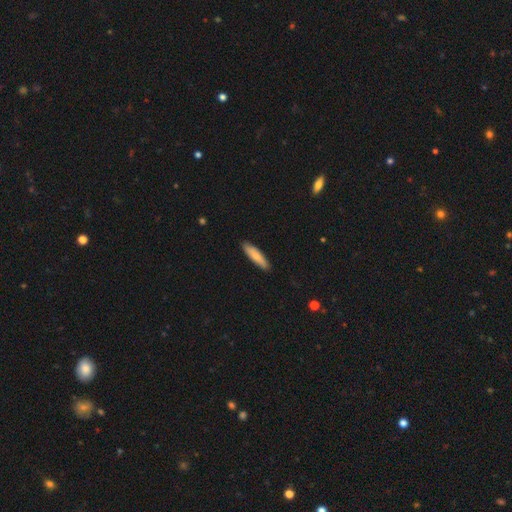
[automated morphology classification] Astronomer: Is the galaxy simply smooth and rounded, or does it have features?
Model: smooth — 81%.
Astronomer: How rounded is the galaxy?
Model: cigar-shaped — 76%.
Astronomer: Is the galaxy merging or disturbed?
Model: none — 89%.